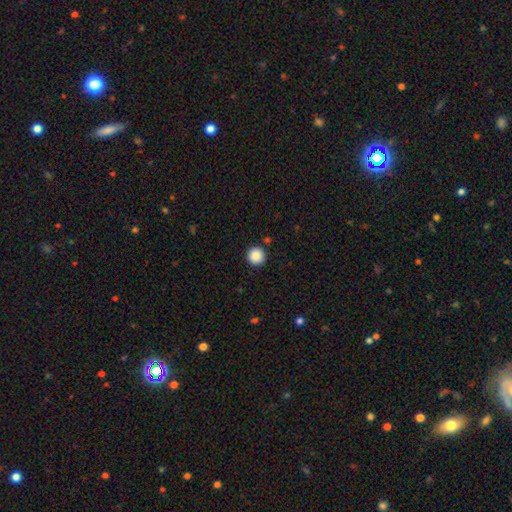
A smooth galaxy with no disk features (92%) that is round (97%). Merging: none (86%).